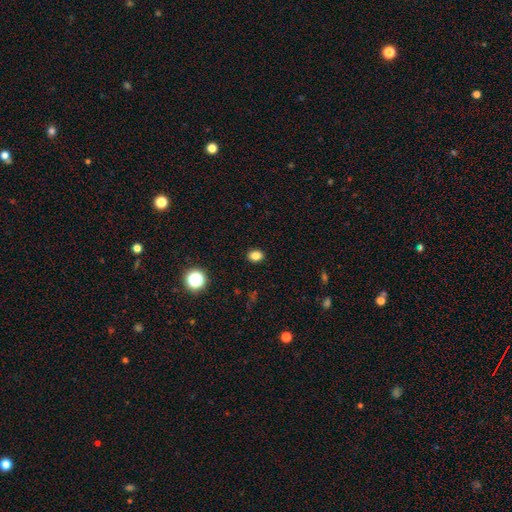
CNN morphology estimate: This appears to be a smooth galaxy with no disk features (83%) that is in between round and cigar-shaped (53%). Merging: none (90%).